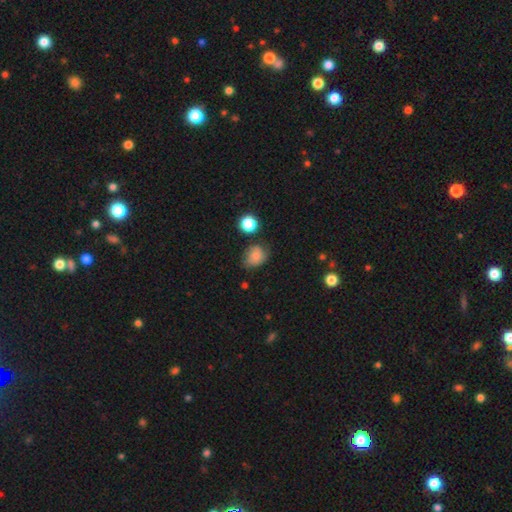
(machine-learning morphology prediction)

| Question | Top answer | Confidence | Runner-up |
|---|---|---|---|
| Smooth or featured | smooth | 76% | featured or disk (13%) |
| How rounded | round | 51% | in between (48%) |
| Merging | none | 60% | minor disturbance (30%) |